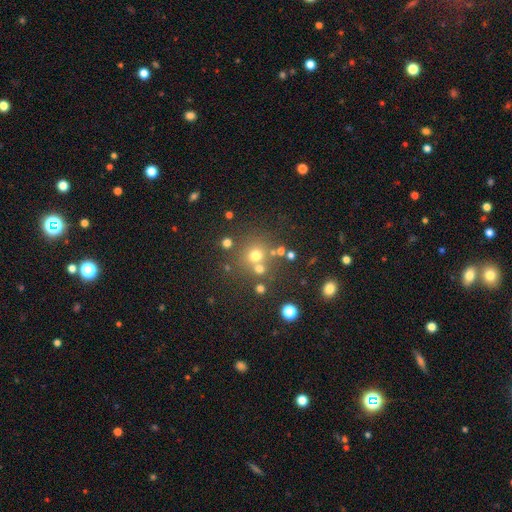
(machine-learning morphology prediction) Smooth or featured? Predicted: smooth (p=0.66). How rounded? Predicted: round (p=0.89). Merging? Predicted: none (p=0.67).